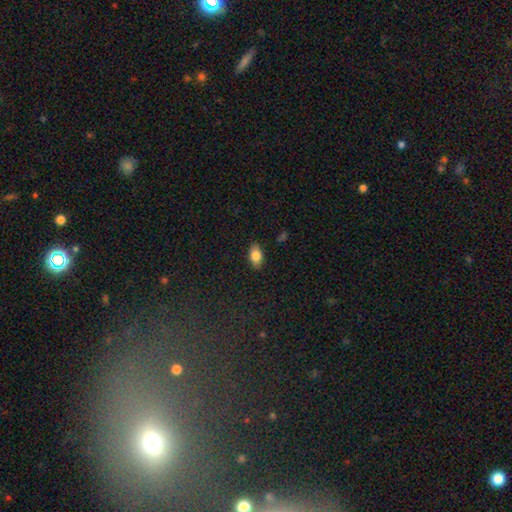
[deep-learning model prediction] smooth 80%, featured or disk 12%, star or artifact 8%. Down the decision tree: how rounded — in between (90%); merging — none (87%).